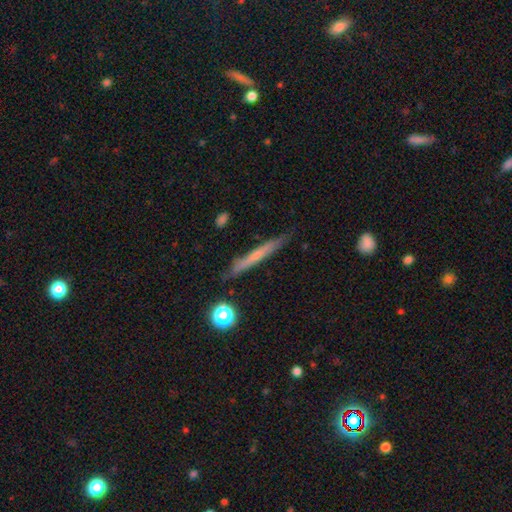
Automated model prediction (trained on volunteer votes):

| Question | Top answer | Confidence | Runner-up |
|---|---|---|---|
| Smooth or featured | smooth | 47% | featured or disk (46%) |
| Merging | none | 84% | minor disturbance (12%) |